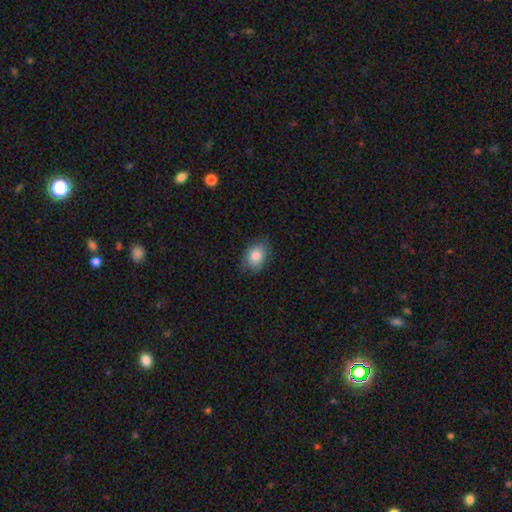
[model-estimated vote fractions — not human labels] Smooth or featured? smooth (84%)
How rounded? in between (68%)
Merging? none (77%)